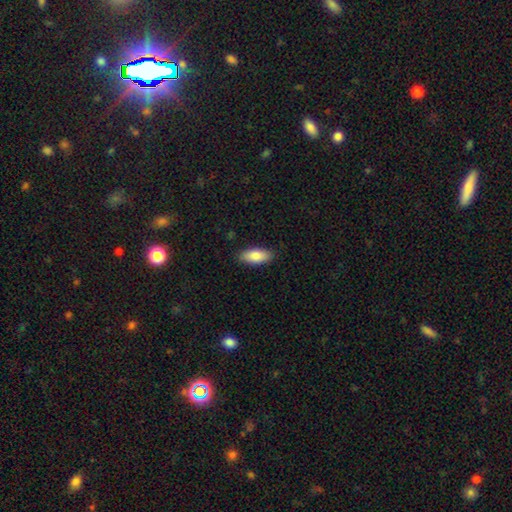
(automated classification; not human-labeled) Q: Smooth or featured?
A: smooth (83%); runner-up: featured or disk (10%)
Q: How rounded?
A: in between (87%); runner-up: cigar-shaped (11%)
Q: Merging?
A: none (88%); runner-up: minor disturbance (9%)